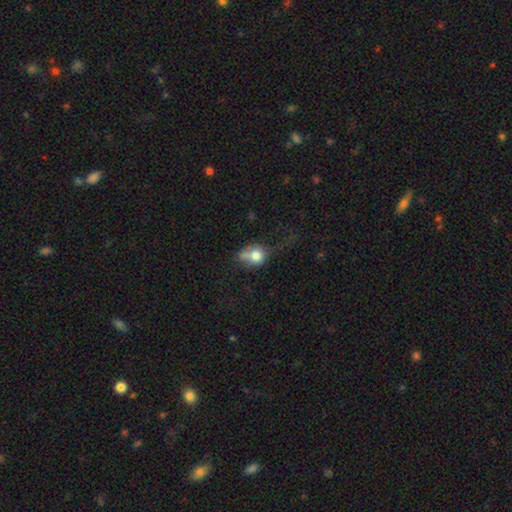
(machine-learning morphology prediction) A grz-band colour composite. It shows a smooth galaxy with no disk features (69%) that is round (51%). Merging: major disturbance (30%, tied with none).